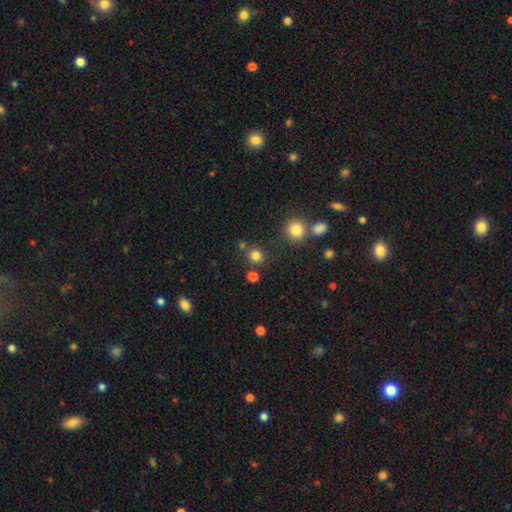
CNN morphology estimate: This is likely a smooth galaxy (80%). How rounded: clearly round (86%). Merging: likely none (79%).